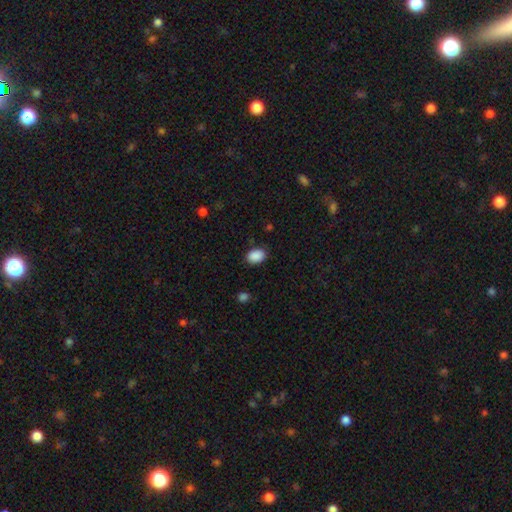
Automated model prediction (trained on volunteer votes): Morphology: type=smooth (90%); roundness=in between (80%); merging=none (85%).